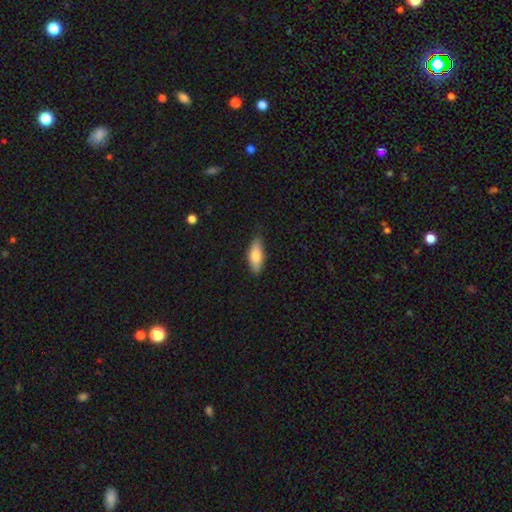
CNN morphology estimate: Smooth or featured?
  - smooth: 76% *
  - featured or disk: 18%
  - star or artifact: 6%
How rounded?
  - in between: 68% *
  - cigar-shaped: 29%
  - round: 2%
Merging?
  - none: 81% *
  - minor disturbance: 16%
  - major disturbance: 2%
  - merger: 1%